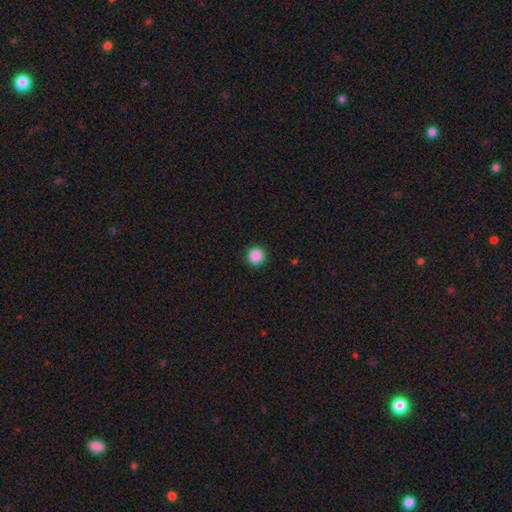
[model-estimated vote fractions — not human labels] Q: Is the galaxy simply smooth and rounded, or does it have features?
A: smooth — 88%.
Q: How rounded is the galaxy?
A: round — 95%.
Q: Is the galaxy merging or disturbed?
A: none — 92%.